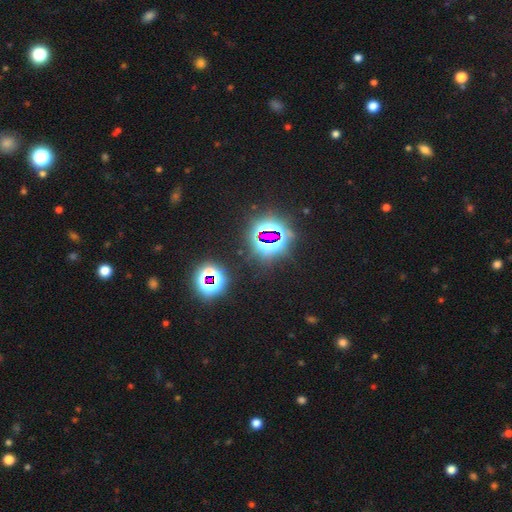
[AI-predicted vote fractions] smooth-or-featured: star or artifact: 84% | smooth: 9% | featured or disk: 7%